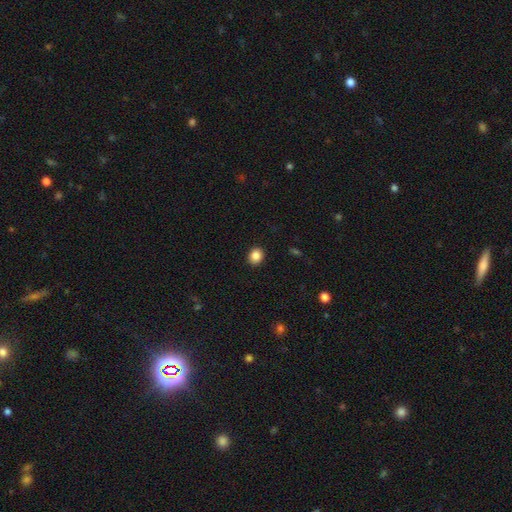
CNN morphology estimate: Q: Smooth or featured?
A: smooth (87%); runner-up: star or artifact (9%)
Q: How rounded?
A: round (64%); runner-up: in between (35%)
Q: Merging?
A: none (91%); runner-up: minor disturbance (6%)